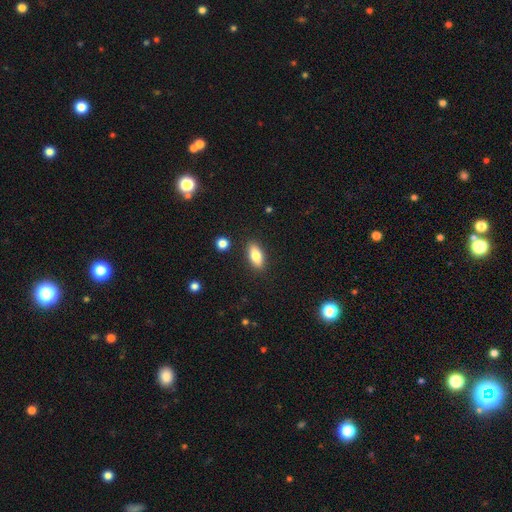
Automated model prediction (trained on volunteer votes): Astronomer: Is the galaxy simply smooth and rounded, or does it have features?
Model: smooth — 79%.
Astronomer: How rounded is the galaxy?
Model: in between — 82%.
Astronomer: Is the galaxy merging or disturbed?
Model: none — 87%.